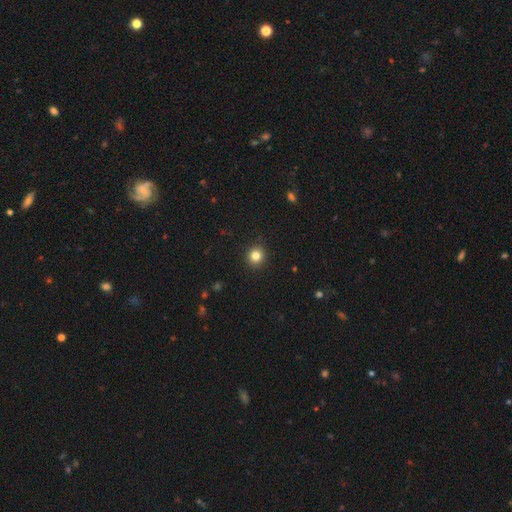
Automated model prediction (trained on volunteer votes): smooth_or_featured: smooth (p=0.82) [alt: star or artifact p=0.12]
how_rounded: round (p=0.90) [alt: in between p=0.09]
merging: none (p=0.91) [alt: minor disturbance p=0.06]